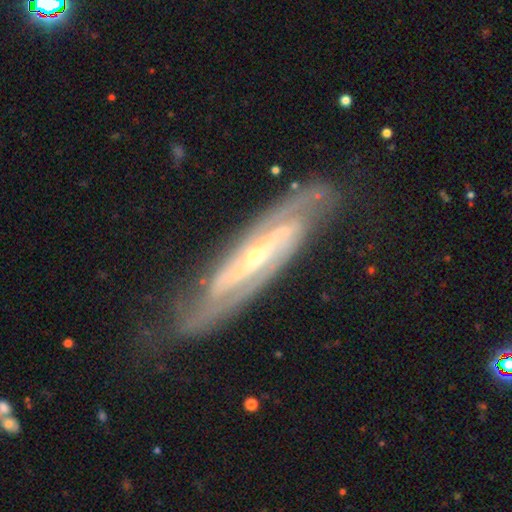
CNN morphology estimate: smooth_or_featured: featured or disk (p=0.88) [alt: smooth p=0.07]
disk_edge_on: no (p=0.81) [alt: yes p=0.19]
bar: strong (p=0.36) [alt: no p=0.34]
has_spiral_arms: yes (p=0.95) [alt: no p=0.05]
spiral_winding: tight (p=0.45) [alt: medium p=0.42]
spiral_arm_count: 2 (p=0.73) [alt: can't tell p=0.13]
bulge_size: small (p=0.71) [alt: moderate p=0.26]
merging: none (p=0.75) [alt: minor disturbance p=0.18]